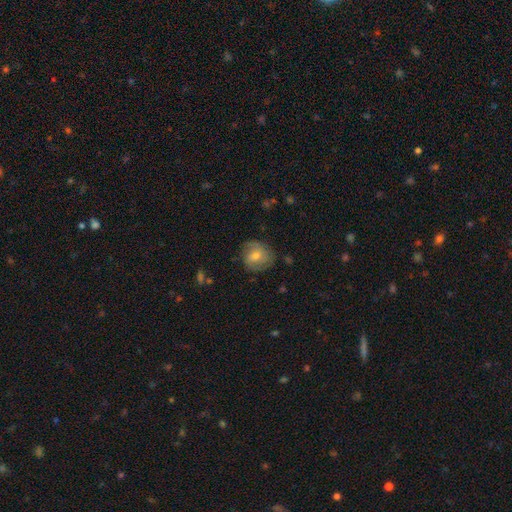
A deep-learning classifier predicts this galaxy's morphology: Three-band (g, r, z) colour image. It shows a smooth galaxy with no disk features (47%). Merging: none (73%).